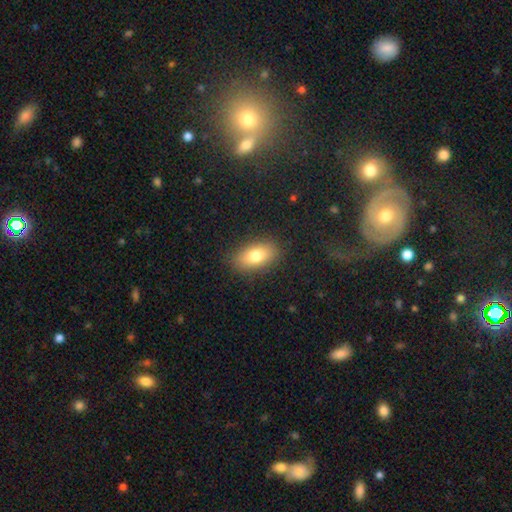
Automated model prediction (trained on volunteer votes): Smooth or featured: smooth — 79% (featured or disk — 13%)
How rounded: in between — 88% (round — 7%)
Merging: none — 86% (minor disturbance — 9%)